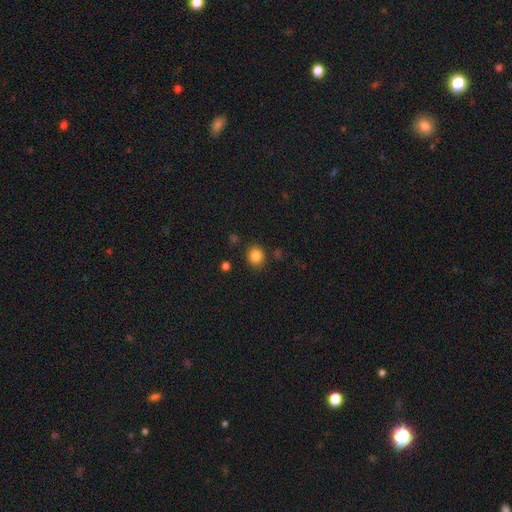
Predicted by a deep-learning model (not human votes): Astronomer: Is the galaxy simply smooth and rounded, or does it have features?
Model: smooth — 84%.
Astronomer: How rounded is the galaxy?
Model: round — 73%.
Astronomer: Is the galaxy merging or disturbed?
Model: none — 86%.